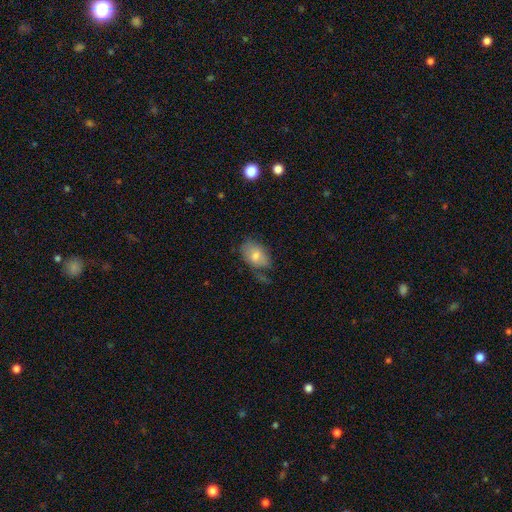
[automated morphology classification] Smooth or featured?
  - smooth: 71% *
  - featured or disk: 20%
  - star or artifact: 9%
How rounded?
  - in between: 86% *
  - round: 12%
  - cigar-shaped: 2%
Merging?
  - none: 53% *
  - minor disturbance: 30%
  - major disturbance: 14%
  - merger: 4%